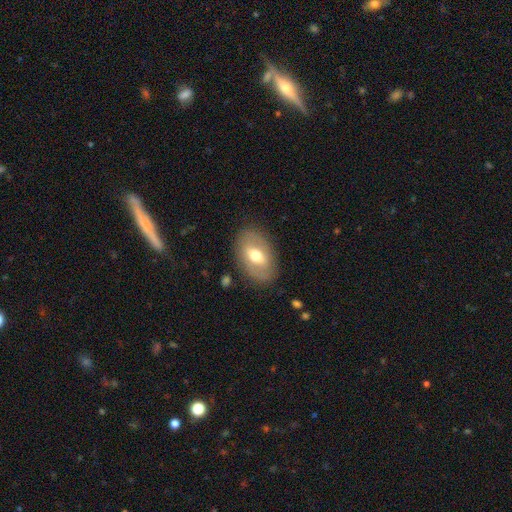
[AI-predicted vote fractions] Smooth or featured? Predicted: smooth (p=0.50). How rounded? Predicted: in between (p=0.87). Merging? Predicted: none (p=0.82).